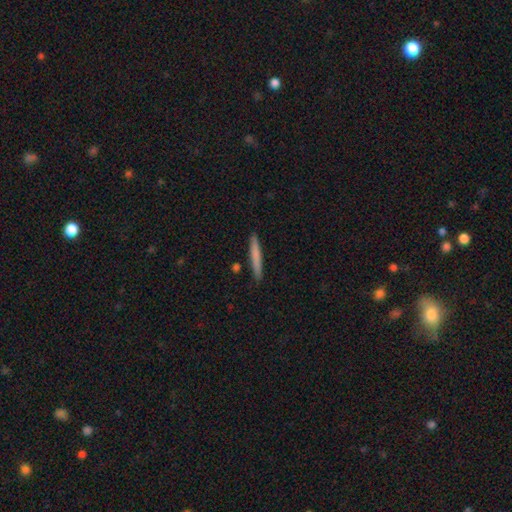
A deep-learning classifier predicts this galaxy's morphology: smooth 74%, featured or disk 21%, star or artifact 5%. Down the decision tree: how rounded — cigar-shaped (96%); merging — none (90%).